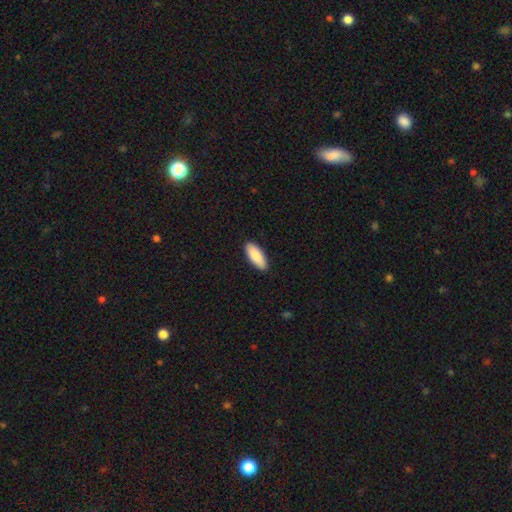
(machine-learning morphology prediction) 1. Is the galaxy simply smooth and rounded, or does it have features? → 88% smooth, 7% featured or disk, 5% star or artifact.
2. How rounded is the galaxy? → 77% in between, 21% cigar-shaped, 2% round.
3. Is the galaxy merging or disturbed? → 89% none, 8% minor disturbance, 1% major disturbance, 1% merger.